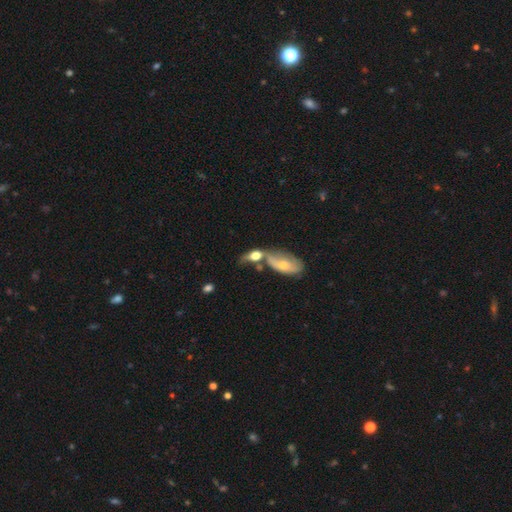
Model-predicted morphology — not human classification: A smooth galaxy with no disk features (58%) that is in between round and cigar-shaped (75%). Merging: merger (50%).